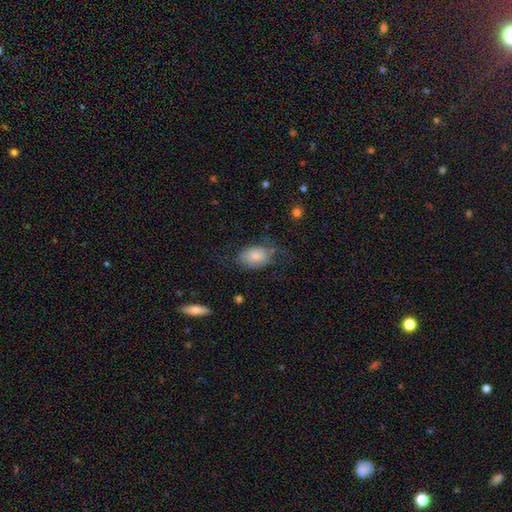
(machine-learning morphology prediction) This is likely a smooth galaxy (75%). How rounded: clearly in between (88%). Merging: possibly none (52%).